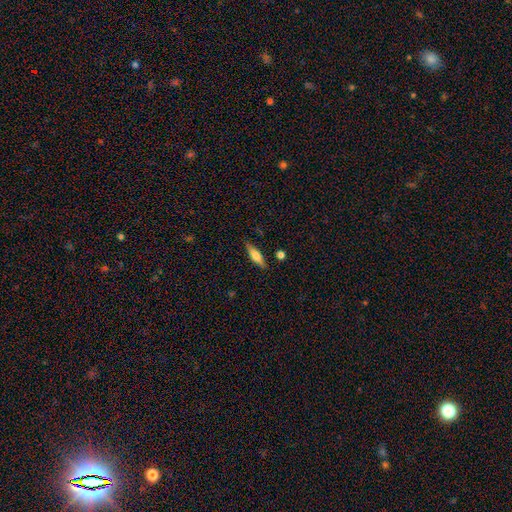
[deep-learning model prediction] This appears to be a smooth galaxy with no disk features (57%) that is cigar-shaped (61%). Merging: none (83%).